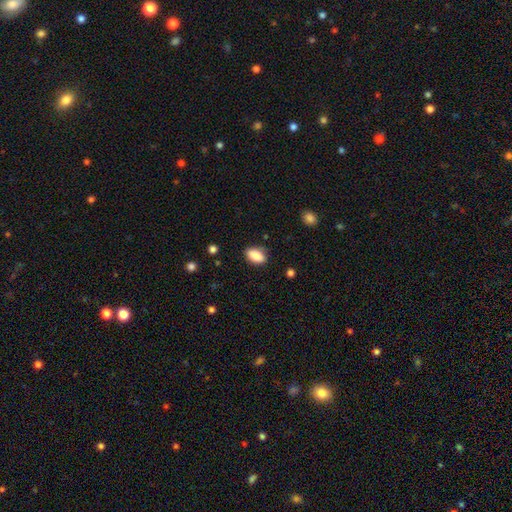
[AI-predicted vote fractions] A smooth galaxy with no disk features (85%) that is in between round and cigar-shaped (88%).

Vote fractions:
- Smooth or featured? smooth: 85% / featured or disk: 8% / star or artifact: 7%
- How rounded? in between: 88% / round: 8% / cigar-shaped: 4%
- Merging? none: 83% / minor disturbance: 12% / major disturbance: 3% / merger: 1%